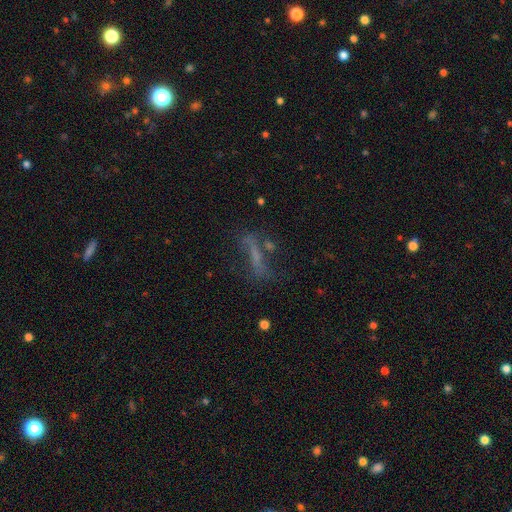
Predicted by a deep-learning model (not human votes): This is marginally a featured or disk galaxy (42%). Merging: possibly none (53%).